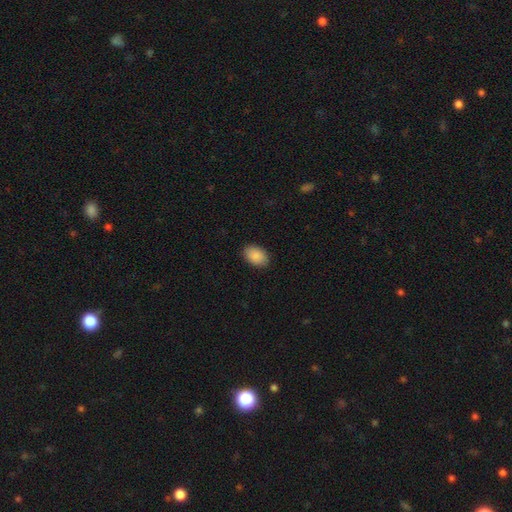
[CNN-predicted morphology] smooth-or-featured: smooth: 90% | star or artifact: 7% | featured or disk: 4%
  how-rounded: in between: 86% | round: 13% | cigar-shaped: 1%
  merging: none: 88% | minor disturbance: 9% | major disturbance: 2% | merger: 1%